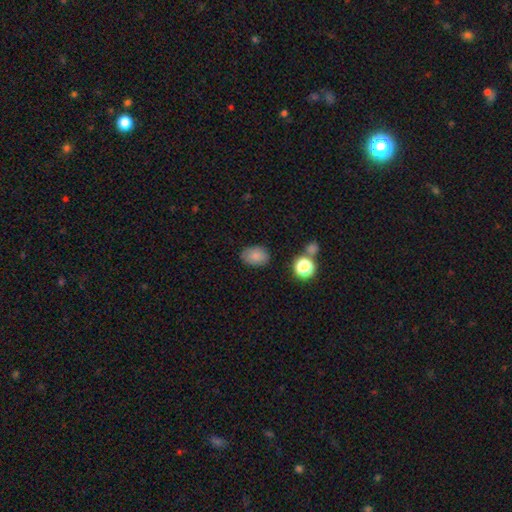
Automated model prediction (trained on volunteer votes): smooth 82%, star or artifact 11%, featured or disk 8%. Down the decision tree: how rounded — in between (74%); merging — none (80%).